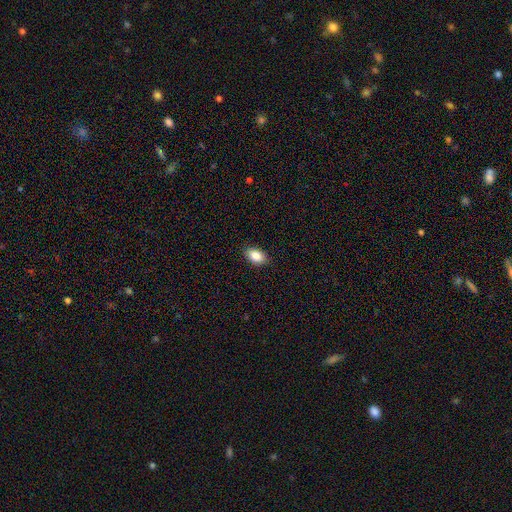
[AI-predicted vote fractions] Morphology: type=smooth (86%); roundness=in between (90%); merging=none (89%).